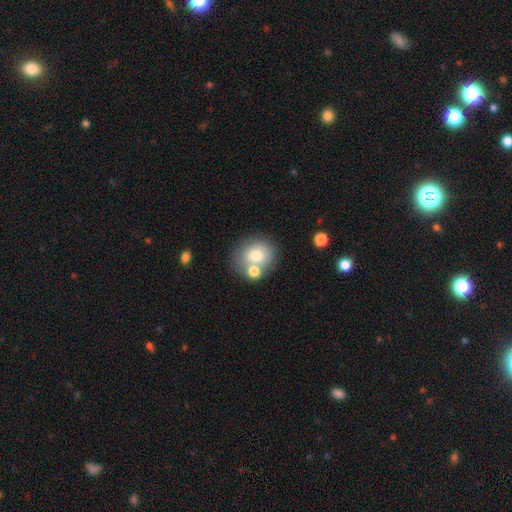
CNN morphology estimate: smooth-or-featured: smooth: 73% | featured or disk: 17% | star or artifact: 10%
  how-rounded: round: 74% | in between: 25% | cigar-shaped: 1%
  merging: none: 57% | merger: 27% | minor disturbance: 12% | major disturbance: 4%